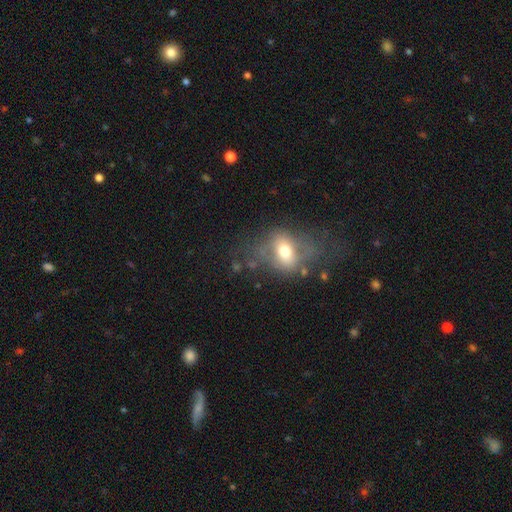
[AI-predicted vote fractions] Smooth or featured? smooth (43%, tied with featured or disk)
Merging? none (47%)